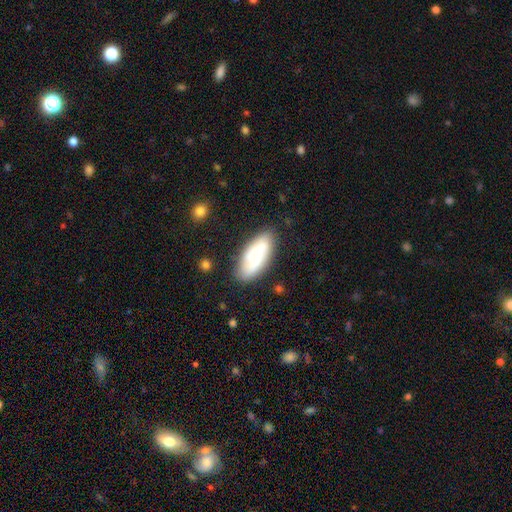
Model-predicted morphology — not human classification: smooth_or_featured: smooth (p=0.72) [alt: featured or disk p=0.21]
how_rounded: in between (p=0.80) [alt: cigar-shaped p=0.18]
merging: none (p=0.79) [alt: minor disturbance p=0.15]